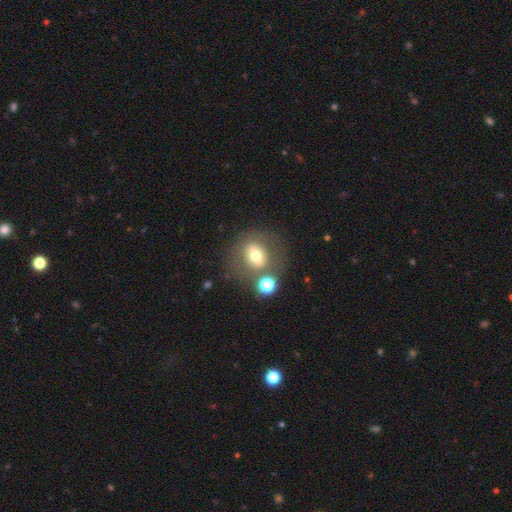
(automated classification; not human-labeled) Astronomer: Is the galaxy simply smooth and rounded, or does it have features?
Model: smooth — 57%.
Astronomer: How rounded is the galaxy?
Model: round — 67%.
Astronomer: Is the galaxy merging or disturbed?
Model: none — 63%.